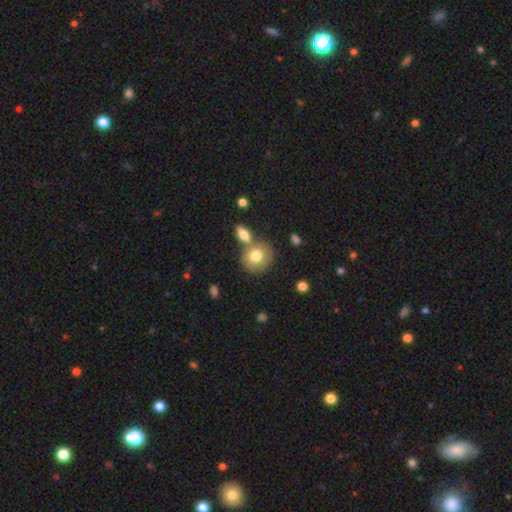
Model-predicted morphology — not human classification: type=smooth (76%); roundness=round (76%); merging=none (54%).